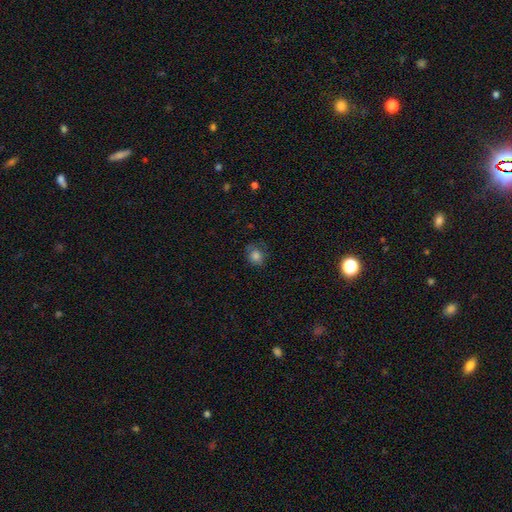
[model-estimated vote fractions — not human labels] Smooth or featured: smooth — 80% (star or artifact — 12%)
How rounded: round — 73% (in between — 26%)
Merging: none — 66% (minor disturbance — 24%)